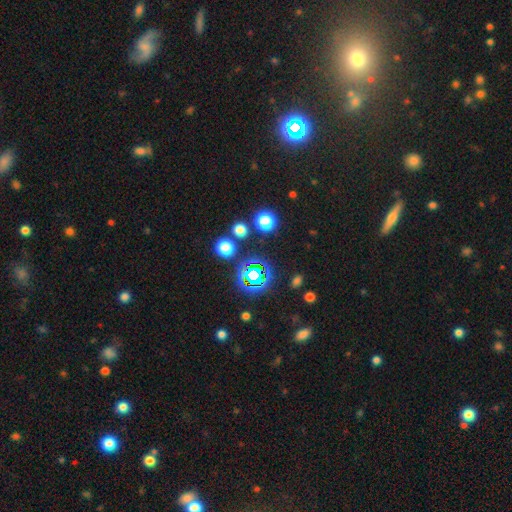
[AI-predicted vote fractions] Q: Smooth or featured?
A: star or artifact (72%); runner-up: smooth (19%)